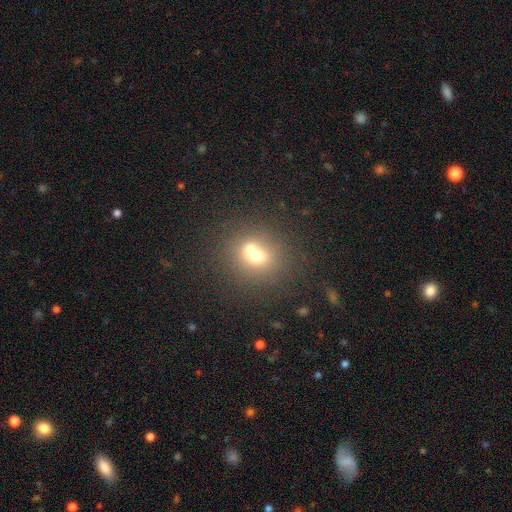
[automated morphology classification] This is likely a smooth galaxy (63%). How rounded: likely round (80%). Merging: possibly merger (46%).